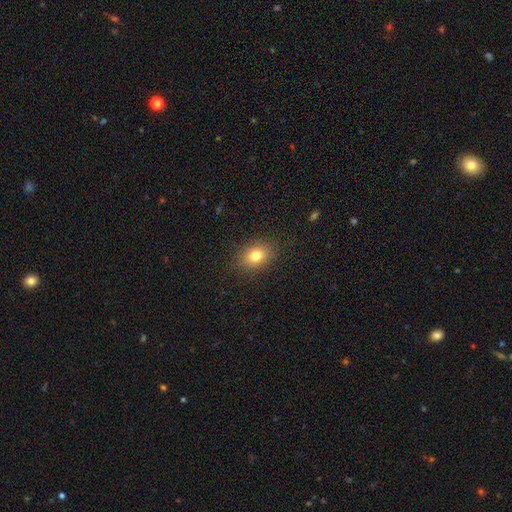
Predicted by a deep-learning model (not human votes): Smooth or featured? smooth (78%)
How rounded? in between (63%)
Merging? none (87%)